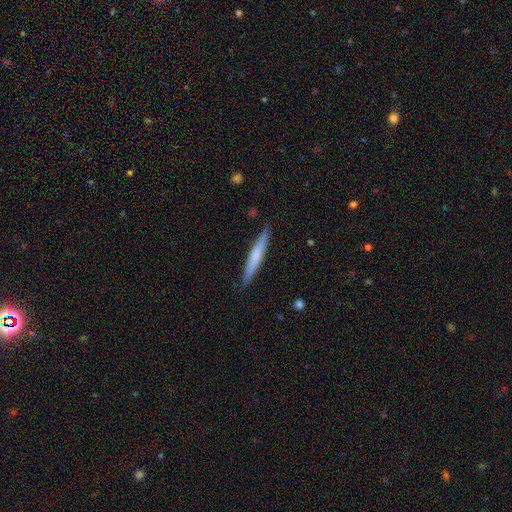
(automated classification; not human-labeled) smooth-or-featured: smooth: 57% | featured or disk: 37% | star or artifact: 5%
  how-rounded: cigar-shaped: 95% | in between: 4% | round: 1%
  merging: none: 88% | minor disturbance: 9% | major disturbance: 2% | merger: 1%